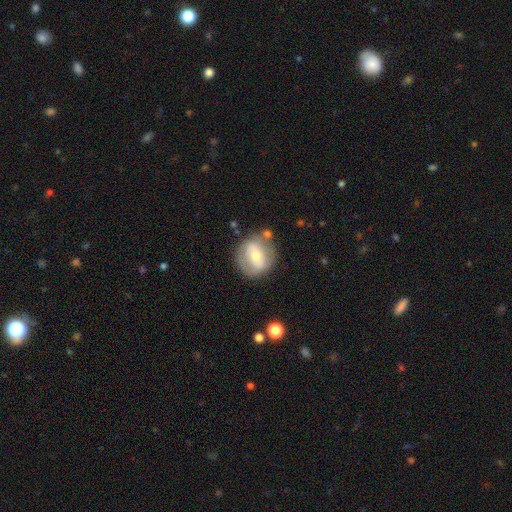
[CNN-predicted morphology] The model was most divided on "bar": weak: 36%, strong: 35%, no: 29%. More confident: edge-on disk — no (93%); merging — none (73%); spiral arms — no (64%); bulge size — moderate (60%); smooth or featured — featured or disk (55%).